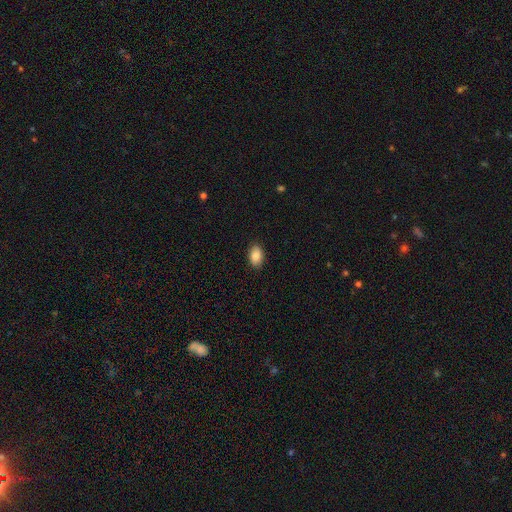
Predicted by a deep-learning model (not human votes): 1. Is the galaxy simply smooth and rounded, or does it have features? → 88% smooth, 7% star or artifact, 4% featured or disk.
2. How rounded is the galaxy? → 90% in between, 8% round, 1% cigar-shaped.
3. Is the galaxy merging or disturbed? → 88% none, 9% minor disturbance, 2% major disturbance, 1% merger.